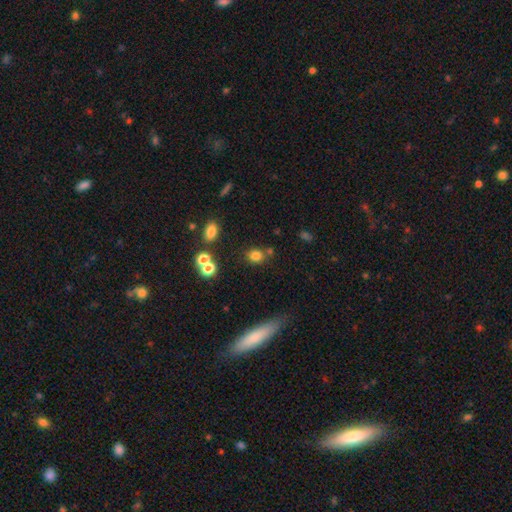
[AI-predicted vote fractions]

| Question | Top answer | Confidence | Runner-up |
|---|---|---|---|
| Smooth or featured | smooth | 77% | star or artifact (15%) |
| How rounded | round | 71% | in between (28%) |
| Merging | none | 68% | merger (15%) |